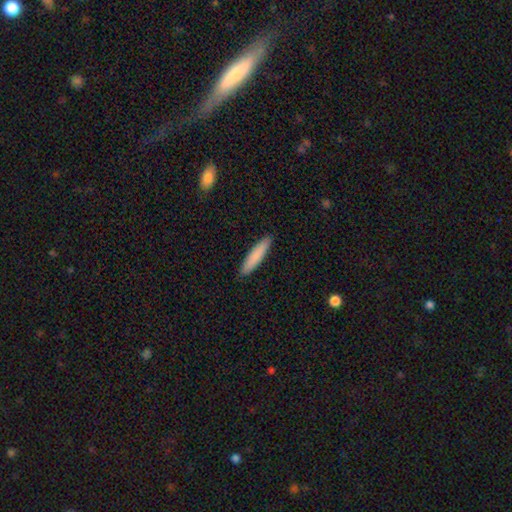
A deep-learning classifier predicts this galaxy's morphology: smooth 83%, featured or disk 11%, star or artifact 6%. Down the decision tree: how rounded — cigar-shaped (87%); merging — none (91%).